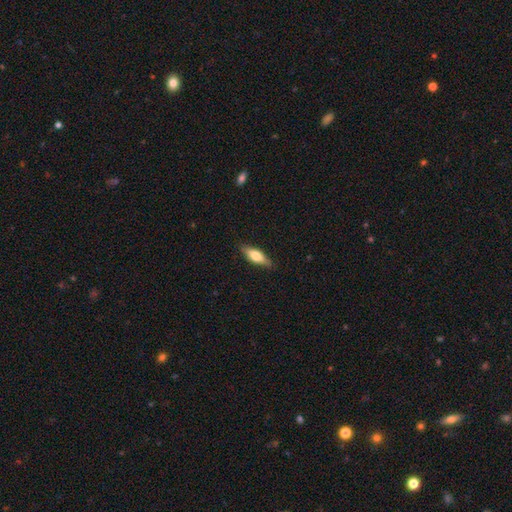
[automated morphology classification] Smooth or featured?
  - smooth: 65% *
  - featured or disk: 29%
  - star or artifact: 6%
How rounded?
  - in between: 56% *
  - cigar-shaped: 41%
  - round: 2%
Merging?
  - none: 84% *
  - minor disturbance: 13%
  - major disturbance: 2%
  - merger: 1%